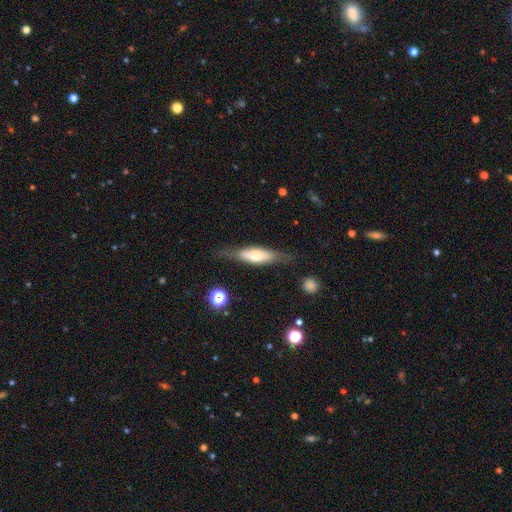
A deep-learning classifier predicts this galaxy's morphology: smooth_or_featured: featured or disk (p=0.47) [alt: smooth p=0.46]
merging: none (p=0.74) [alt: minor disturbance p=0.17]